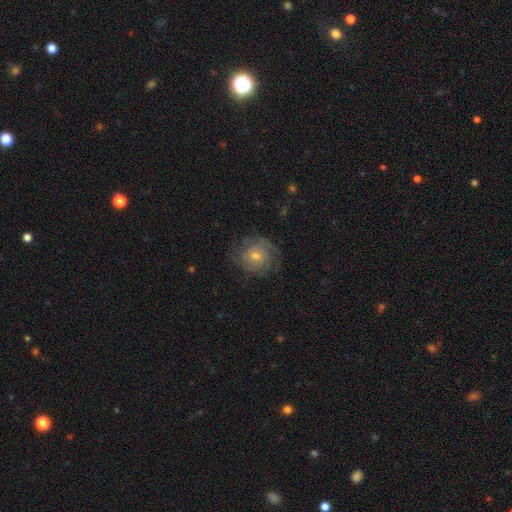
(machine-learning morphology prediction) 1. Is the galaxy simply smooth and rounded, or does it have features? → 70% featured or disk, 21% smooth, 9% star or artifact.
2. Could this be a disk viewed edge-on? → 97% no, 3% yes.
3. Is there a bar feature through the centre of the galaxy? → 73% no, 24% weak, 4% strong.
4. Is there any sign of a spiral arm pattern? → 91% yes, 9% no.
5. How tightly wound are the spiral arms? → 63% tight, 29% medium, 8% loose.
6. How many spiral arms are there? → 39% can't tell, 27% 2, 17% 3, 7% 4, 6% 1, 5% more than 4.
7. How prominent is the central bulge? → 51% small, 43% moderate, 3% large, 2% none, 1% dominant.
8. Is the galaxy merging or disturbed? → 76% none, 15% minor disturbance, 8% major disturbance, 1% merger.